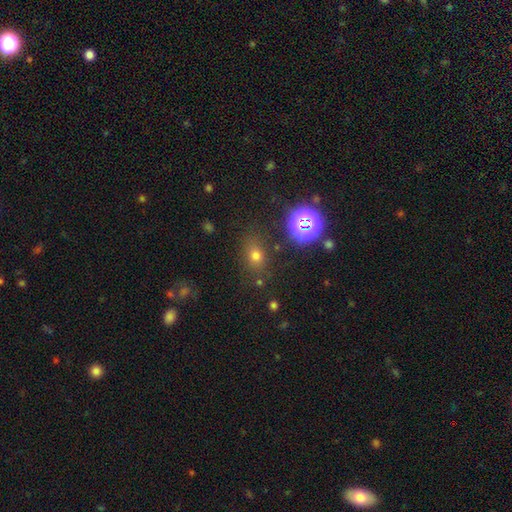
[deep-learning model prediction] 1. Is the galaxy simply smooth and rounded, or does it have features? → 65% smooth, 26% star or artifact, 9% featured or disk.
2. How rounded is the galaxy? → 51% round, 47% in between, 2% cigar-shaped.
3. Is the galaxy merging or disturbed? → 78% none, 13% minor disturbance, 6% major disturbance, 4% merger.